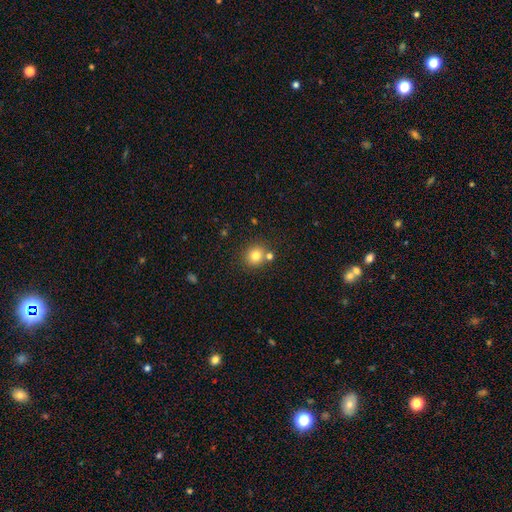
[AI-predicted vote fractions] A smooth galaxy with no disk features (79%) that is round (84%).

Vote fractions:
- Smooth or featured? smooth: 79% / star or artifact: 12% / featured or disk: 8%
- How rounded? round: 84% / in between: 15% / cigar-shaped: 1%
- Merging? none: 73% / merger: 15% / minor disturbance: 9% / major disturbance: 3%